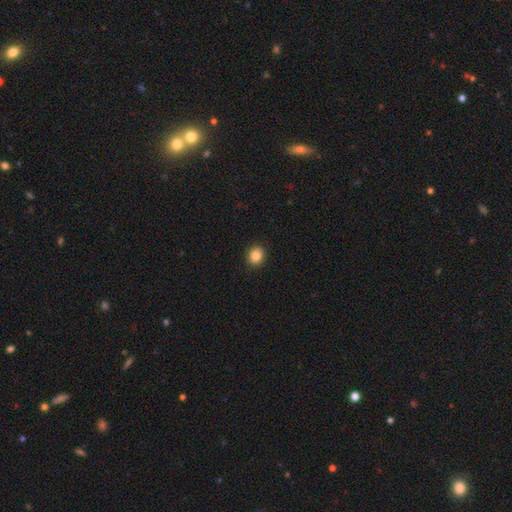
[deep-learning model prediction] Morphology: type=smooth (85%); roundness=round (68%); merging=none (92%).